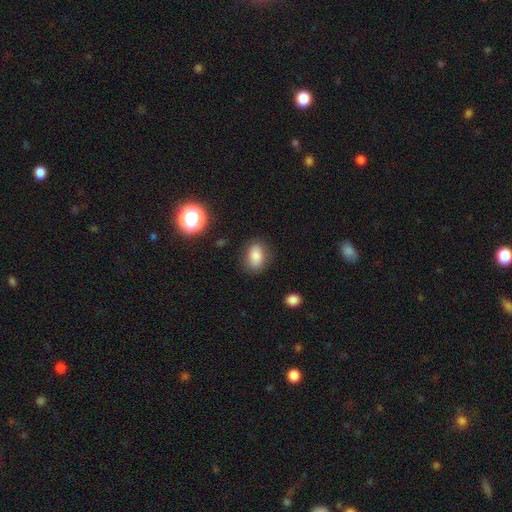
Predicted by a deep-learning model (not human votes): The model was most divided on "how rounded": in between: 81%, round: 17%, cigar-shaped: 2%. More confident: merging — none (83%); smooth or featured — smooth (82%).